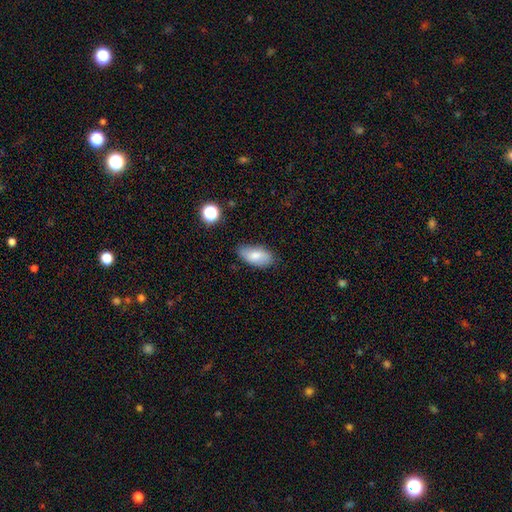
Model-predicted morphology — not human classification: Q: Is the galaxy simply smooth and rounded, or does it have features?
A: smooth — 79%.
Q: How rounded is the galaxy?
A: in between — 92%.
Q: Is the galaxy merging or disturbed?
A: none — 76%.